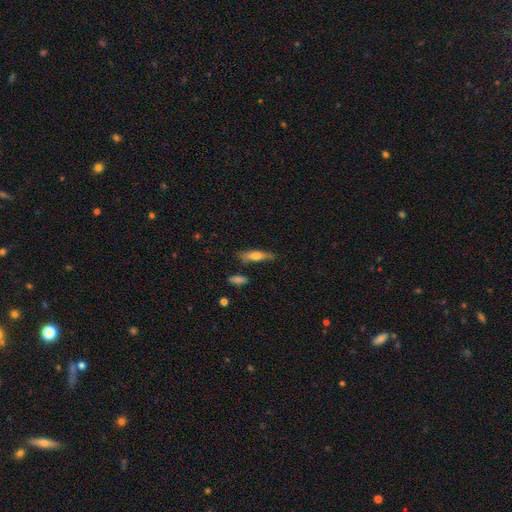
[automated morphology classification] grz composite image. It shows a smooth galaxy with no disk features (61%) that is cigar-shaped (67%). Merging: none (72%).